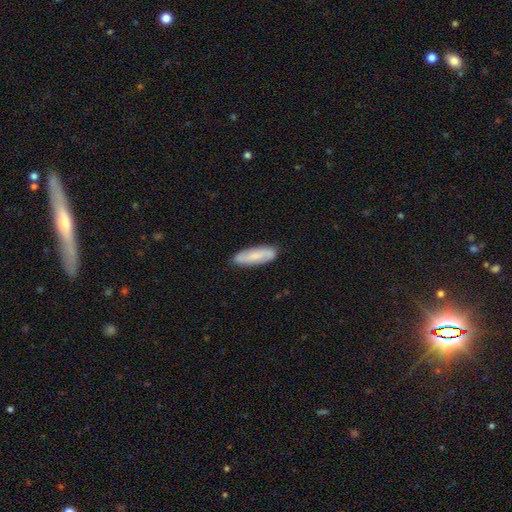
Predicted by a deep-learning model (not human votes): Q: Smooth or featured?
A: smooth (63%); runner-up: featured or disk (30%)
Q: How rounded?
A: cigar-shaped (58%); runner-up: in between (40%)
Q: Merging?
A: none (87%); runner-up: minor disturbance (10%)